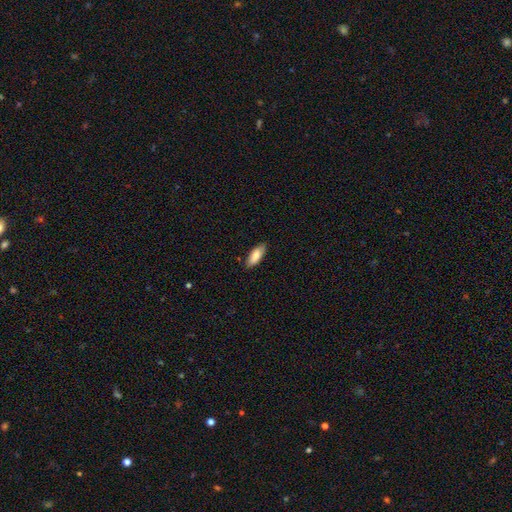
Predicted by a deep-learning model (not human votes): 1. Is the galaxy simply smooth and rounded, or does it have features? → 82% smooth, 12% featured or disk, 6% star or artifact.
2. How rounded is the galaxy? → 75% in between, 24% cigar-shaped, 2% round.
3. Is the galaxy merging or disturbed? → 86% none, 11% minor disturbance, 2% major disturbance, 1% merger.